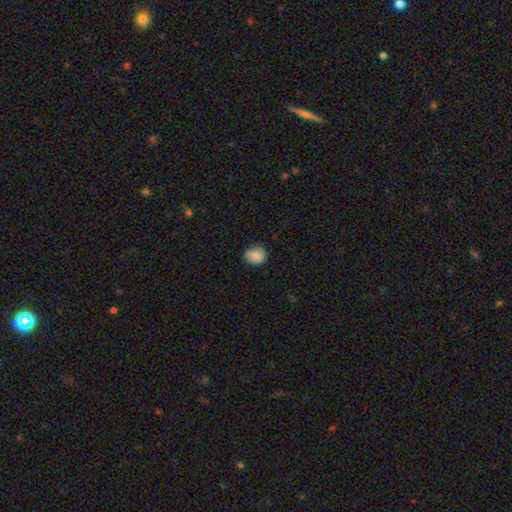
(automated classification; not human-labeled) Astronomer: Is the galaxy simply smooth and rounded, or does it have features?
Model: smooth — 82%.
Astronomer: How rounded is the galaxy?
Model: round — 68%.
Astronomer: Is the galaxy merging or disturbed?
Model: none — 79%.